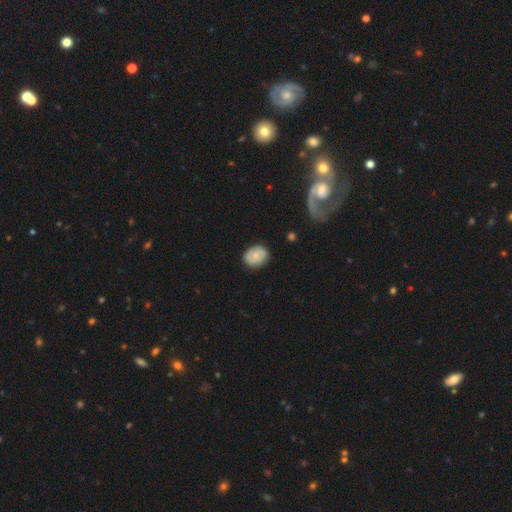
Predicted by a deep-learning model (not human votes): smooth-or-featured: smooth: 62% | featured or disk: 31% | star or artifact: 7%
  how-rounded: round: 50% | in between: 49% | cigar-shaped: 1%
  merging: none: 82% | minor disturbance: 14% | major disturbance: 3% | merger: 1%